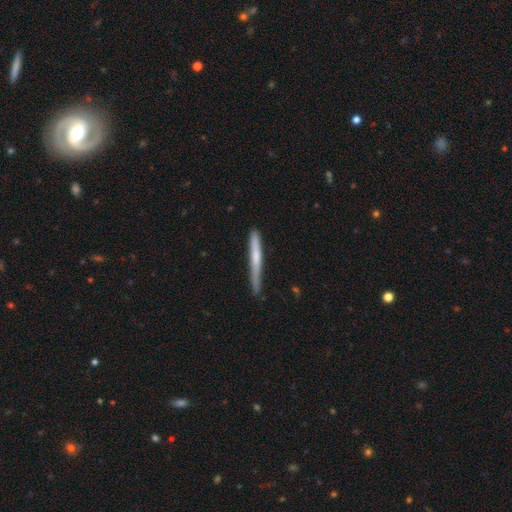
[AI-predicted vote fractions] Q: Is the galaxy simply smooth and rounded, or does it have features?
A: smooth — 55%.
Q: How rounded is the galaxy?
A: cigar-shaped — 97%.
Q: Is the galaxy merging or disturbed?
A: none — 77%.